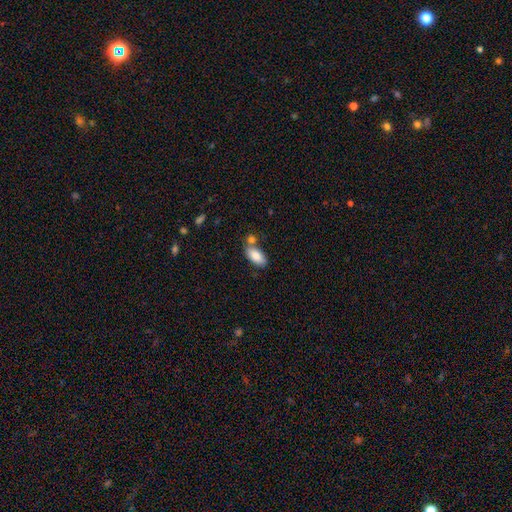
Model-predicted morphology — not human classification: Smooth or featured?
  - smooth: 86% *
  - featured or disk: 8%
  - star or artifact: 6%
How rounded?
  - in between: 91% *
  - cigar-shaped: 6%
  - round: 2%
Merging?
  - none: 62% *
  - merger: 22%
  - minor disturbance: 13%
  - major disturbance: 3%